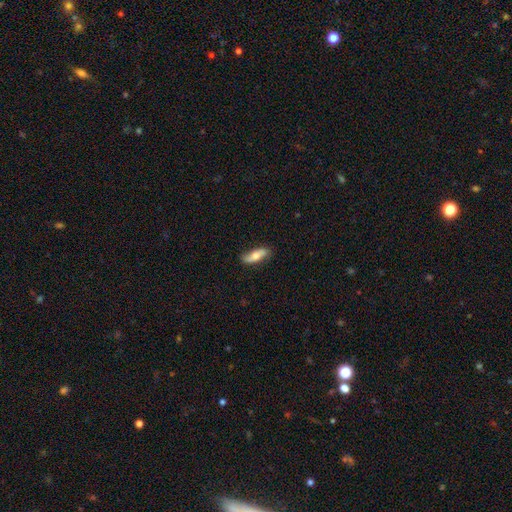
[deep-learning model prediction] Morphology: type=smooth (55%); roundness=in between (58%); merging=none (79%).